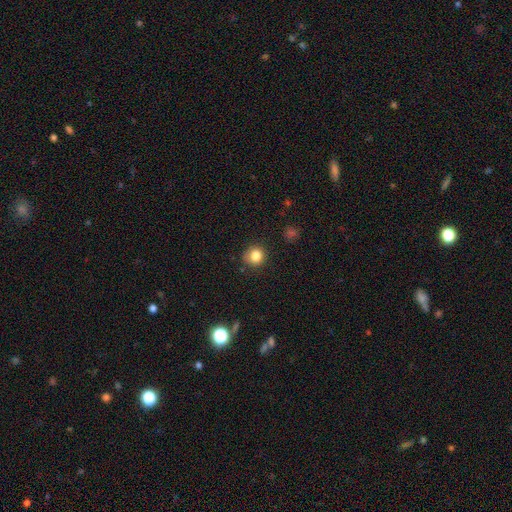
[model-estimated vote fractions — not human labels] smooth 82%, star or artifact 12%, featured or disk 6%. Down the decision tree: how rounded — round (89%); merging — none (83%).